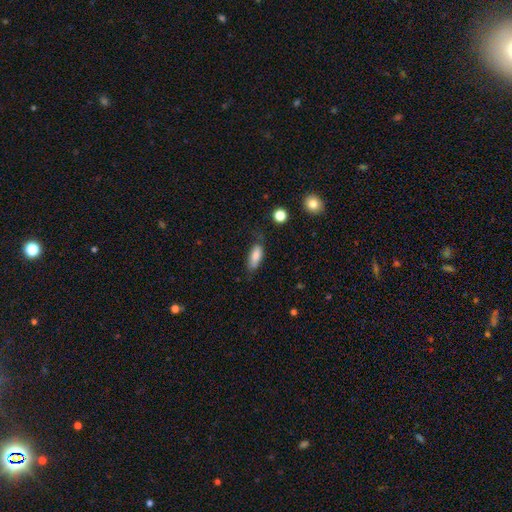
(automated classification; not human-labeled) Morphology: type=smooth (84%); roundness=in between (76%); merging=none (61%).